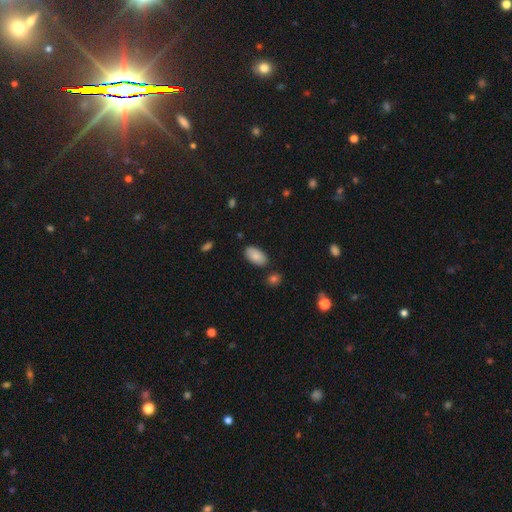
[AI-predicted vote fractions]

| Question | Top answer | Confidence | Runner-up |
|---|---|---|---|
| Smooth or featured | smooth | 85% | featured or disk (8%) |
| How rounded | in between | 95% | round (3%) |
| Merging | none | 83% | minor disturbance (11%) |